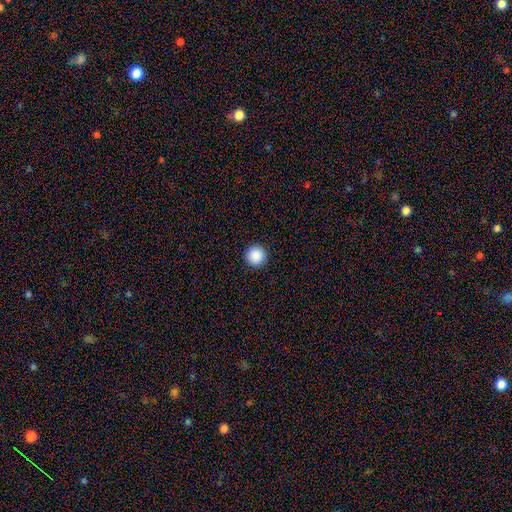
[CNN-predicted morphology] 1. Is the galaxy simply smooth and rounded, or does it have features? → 89% smooth, 9% star or artifact, 3% featured or disk.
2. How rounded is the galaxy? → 96% round, 3% in between, 1% cigar-shaped.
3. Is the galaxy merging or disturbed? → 93% none, 4% minor disturbance, 2% major disturbance, 1% merger.